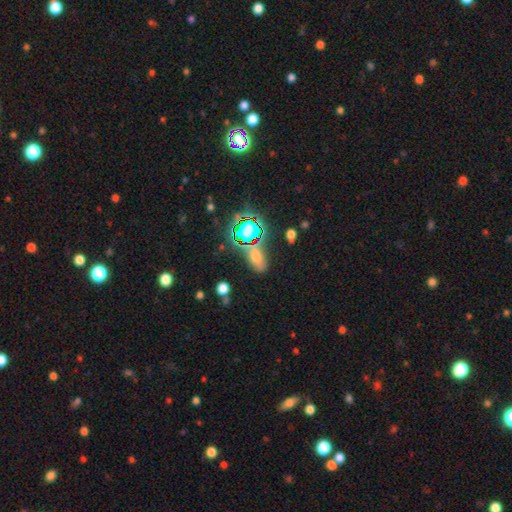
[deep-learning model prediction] Smooth or featured? Predicted: smooth (p=0.48). Merging? Predicted: none (p=0.68).